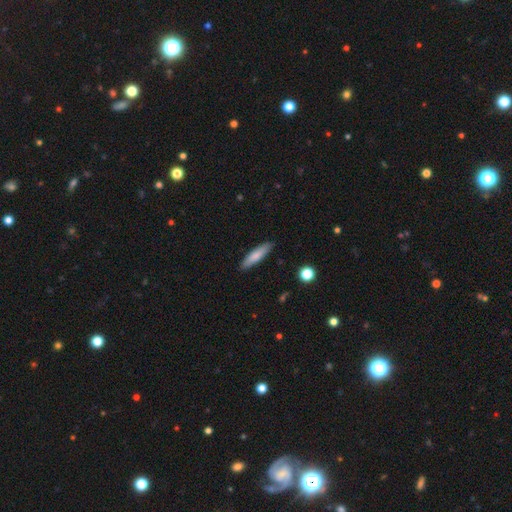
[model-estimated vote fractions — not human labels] Smooth or featured? smooth (79%)
How rounded? cigar-shaped (77%)
Merging? none (88%)